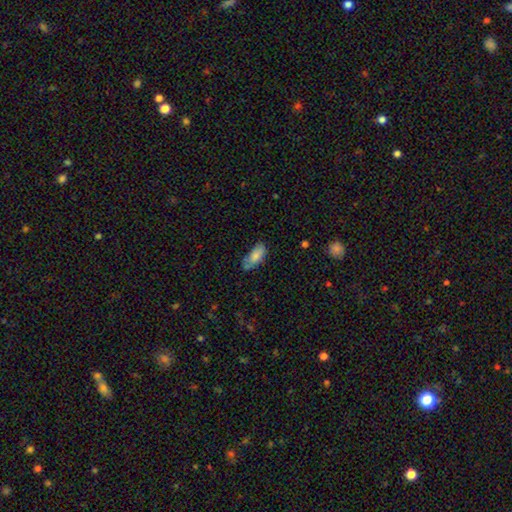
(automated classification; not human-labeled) Morphology: type=smooth (79%); roundness=in between (86%); merging=none (56%).